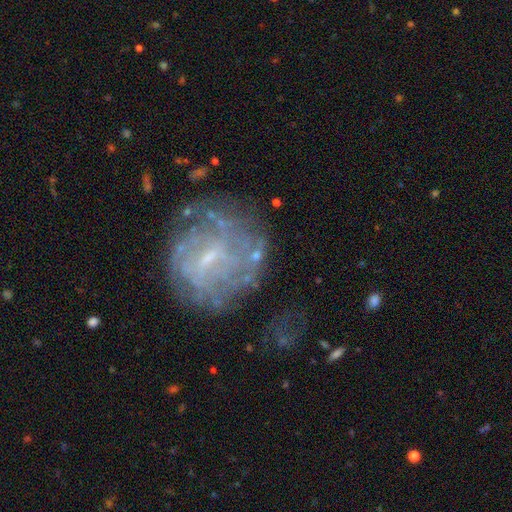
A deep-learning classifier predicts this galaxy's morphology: The model was most divided on "bar": no: 39%, weak: 38%, strong: 23%. Remaining: edge-on disk — no (95%); smooth or featured — featured or disk (62%); merging — none (59%); spiral arms — yes (54%); bulge size — small (42%).